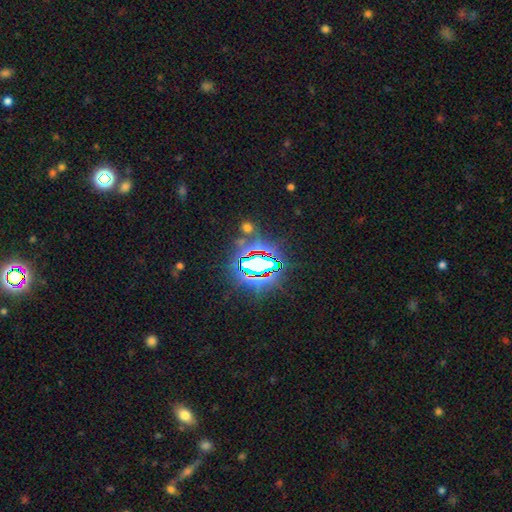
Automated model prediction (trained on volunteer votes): Overall: star or artifact (82%).